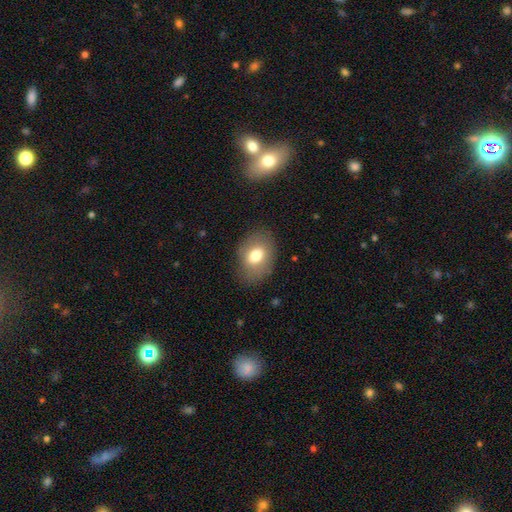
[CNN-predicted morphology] Smooth or featured? Predicted: smooth (p=0.73). How rounded? Predicted: in between (p=0.80). Merging? Predicted: none (p=0.81).